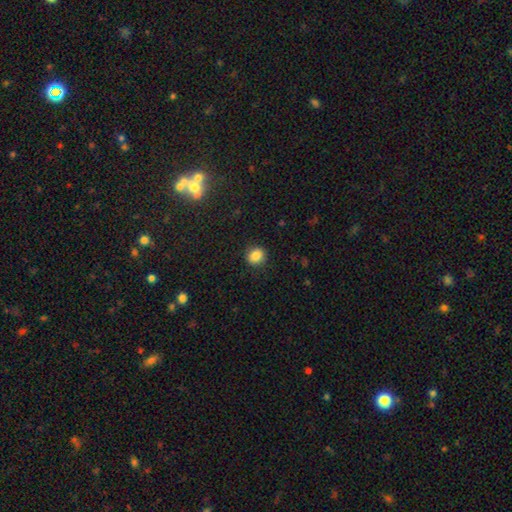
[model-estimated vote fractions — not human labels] Smooth or featured: smooth — 85% (star or artifact — 10%)
How rounded: round — 83% (in between — 16%)
Merging: none — 89% (minor disturbance — 7%)